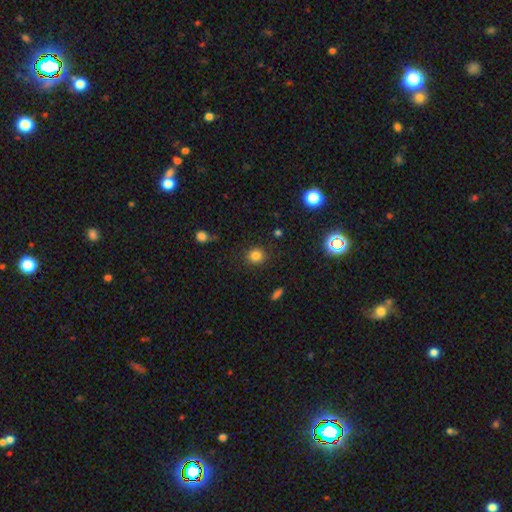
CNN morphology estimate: The model was most divided on "smooth or featured": smooth: 82%, star or artifact: 13%, featured or disk: 5%. More confident: merging — none (87%); how rounded — round (86%).